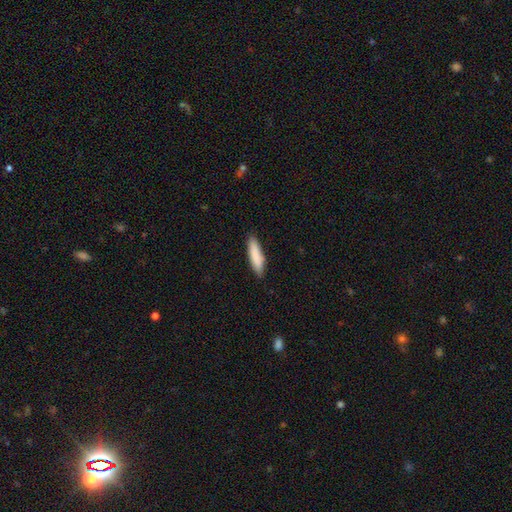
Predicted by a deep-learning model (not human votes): The model was most divided on "how rounded": cigar-shaped: 70%, in between: 29%, round: 1%. More confident: merging — none (87%); smooth or featured — smooth (87%).